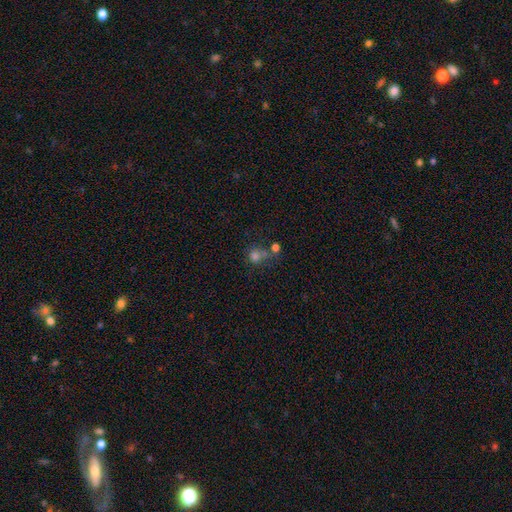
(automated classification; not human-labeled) smooth-or-featured: smooth: 67% | star or artifact: 21% | featured or disk: 12%
  how-rounded: round: 80% | in between: 18% | cigar-shaped: 1%
  merging: none: 44% | merger: 34% | minor disturbance: 13% | major disturbance: 10%